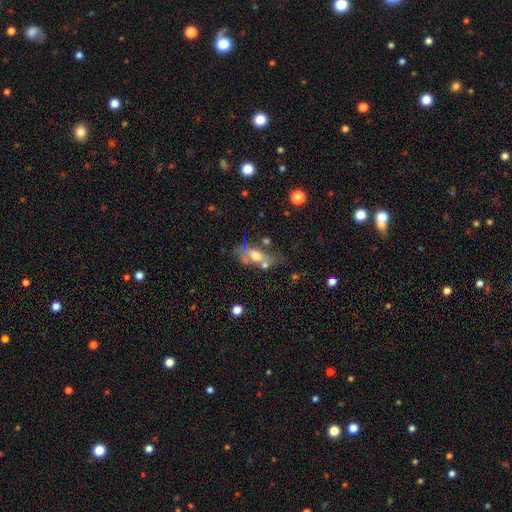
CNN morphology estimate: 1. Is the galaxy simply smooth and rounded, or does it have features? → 50% smooth, 39% featured or disk, 11% star or artifact.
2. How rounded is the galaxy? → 75% in between, 14% cigar-shaped, 11% round.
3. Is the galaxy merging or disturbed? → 38% none, 23% merger, 21% minor disturbance, 17% major disturbance.